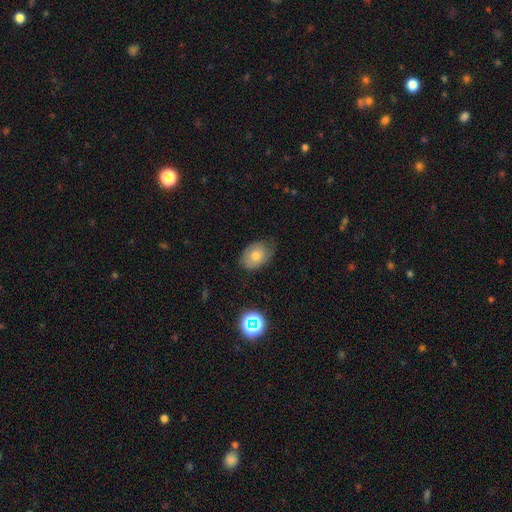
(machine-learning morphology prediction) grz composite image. It shows a smooth galaxy with no disk features (59%) that is in between round and cigar-shaped (75%). Merging: none (60%).